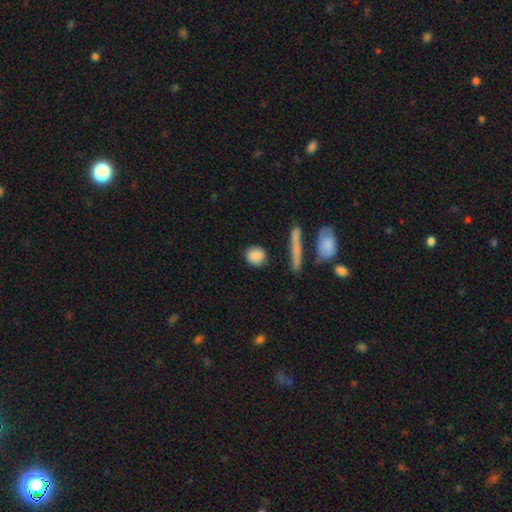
Smooth or featured: smooth — 90% (featured or disk — 8%)
How rounded: round — 97% (in between — 3%)
Merging: none — 82% (minor disturbance — 11%)